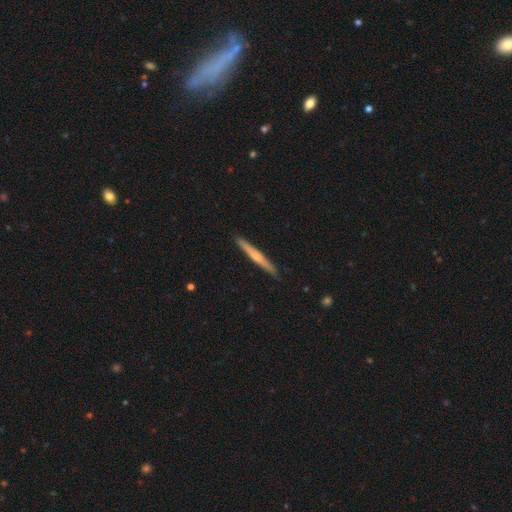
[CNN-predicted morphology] Overall: smooth (49%; featured or disk 46%). Merging: none (91%).